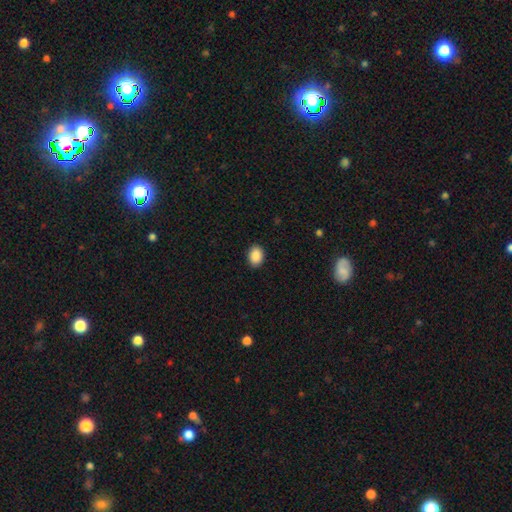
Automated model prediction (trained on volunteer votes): Smooth or featured? Predicted: smooth (p=0.89). How rounded? Predicted: in between (p=0.77). Merging? Predicted: none (p=0.89).